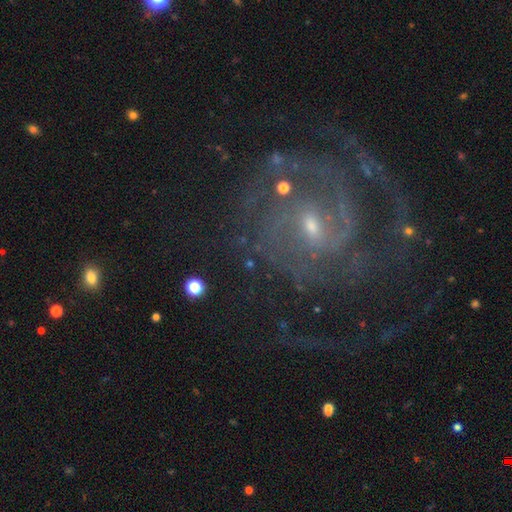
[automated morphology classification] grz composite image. It shows a featured or disk galaxy (87%) with a weak bar (47%), 2 (34%) tight (54%) spiral arms (95%) and a small central bulge (71%). Merging: none (64%).